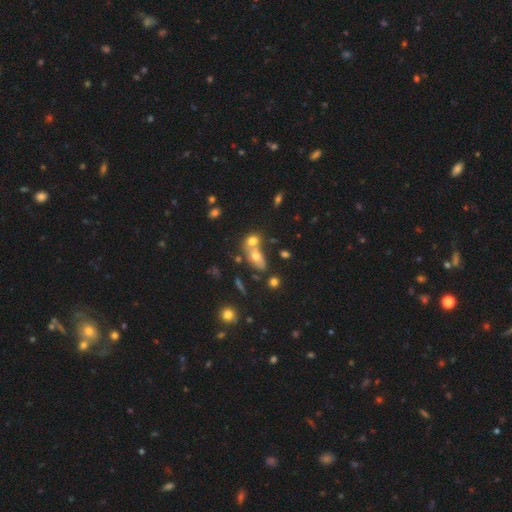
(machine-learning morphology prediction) smooth-or-featured: smooth: 58% | featured or disk: 26% | star or artifact: 16%
  how-rounded: in between: 73% | round: 20% | cigar-shaped: 6%
  merging: merger: 48% | none: 36% | minor disturbance: 10% | major disturbance: 5%